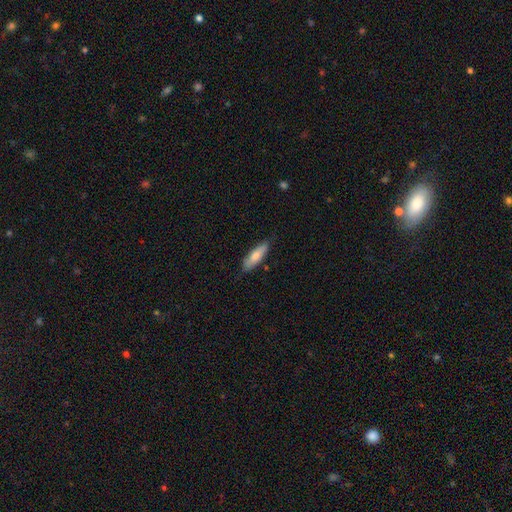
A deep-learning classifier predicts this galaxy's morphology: Smooth or featured: smooth — 72% (featured or disk — 22%)
How rounded: cigar-shaped — 57% (in between — 42%)
Merging: none — 79% (minor disturbance — 17%)